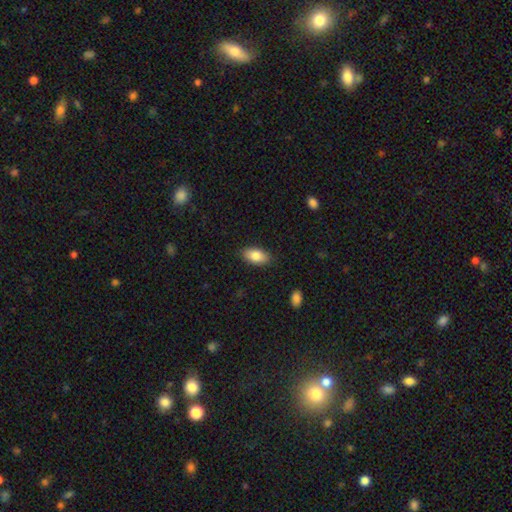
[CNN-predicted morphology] This appears to be a smooth galaxy with no disk features (84%) that is in between round and cigar-shaped (92%). Merging: none (87%).